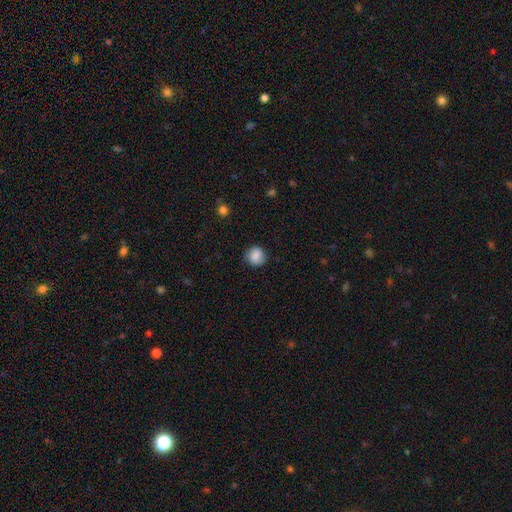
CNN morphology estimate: A smooth galaxy with no disk features (83%) that is round (87%).

Vote fractions:
- Smooth or featured? smooth: 83% / featured or disk: 9% / star or artifact: 8%
- How rounded? round: 87% / in between: 12% / cigar-shaped: 1%
- Merging? none: 83% / minor disturbance: 12% / major disturbance: 3% / merger: 1%